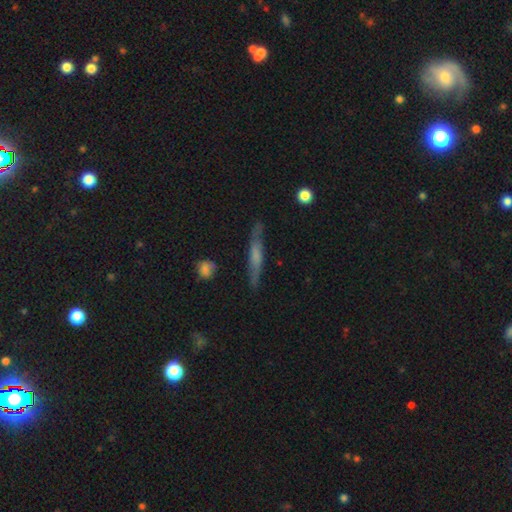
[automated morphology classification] A featured or disk galaxy (53%) viewed edge-on (86%). Merging: none (77%).